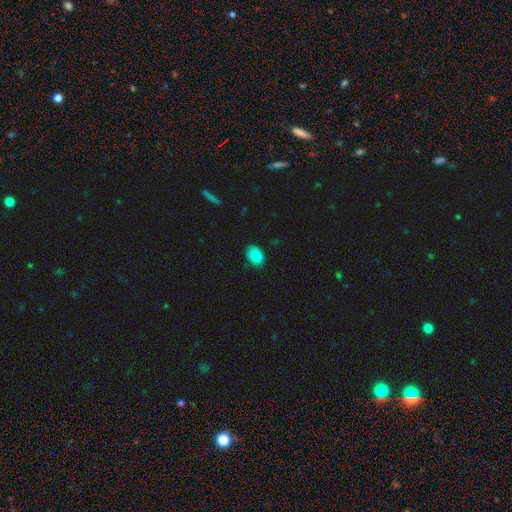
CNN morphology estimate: Q: Smooth or featured?
A: smooth (88%); runner-up: star or artifact (8%)
Q: How rounded?
A: in between (84%); runner-up: round (15%)
Q: Merging?
A: none (80%); runner-up: minor disturbance (16%)